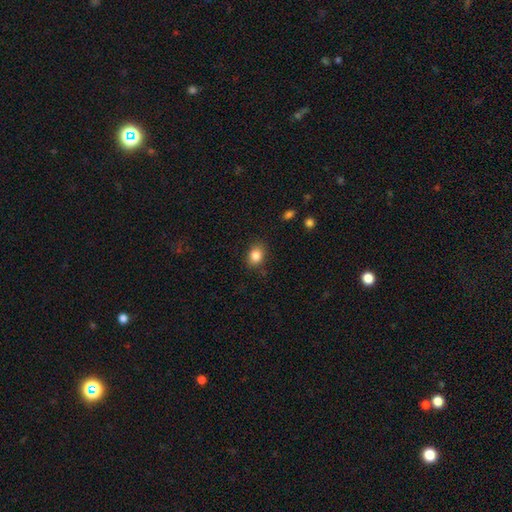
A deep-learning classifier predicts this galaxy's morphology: smooth_or_featured: smooth (p=0.84) [alt: star or artifact p=0.10]
how_rounded: in between (p=0.57) [alt: round p=0.42]
merging: none (p=0.84) [alt: minor disturbance p=0.12]